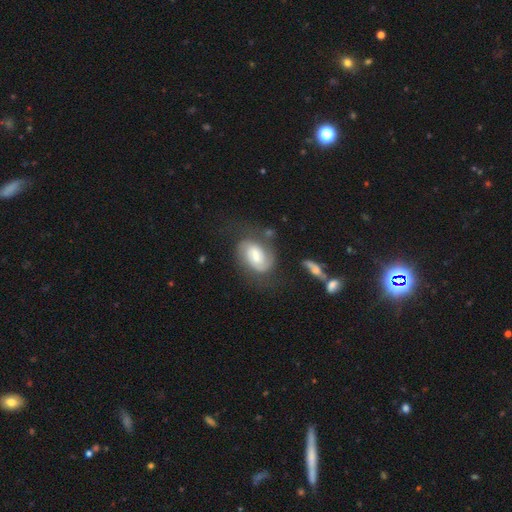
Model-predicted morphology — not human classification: A featured or disk galaxy (67%) with a weak bar (54%), 2 (75%) medium (43%) spiral arms (91%) and a moderate central bulge (41%).

Vote fractions:
- Smooth or featured? featured or disk: 67% / smooth: 26% / star or artifact: 7%
- Edge-on disk? no: 97% / yes: 3%
- Bar? weak: 54% / no: 29% / strong: 17%
- Spiral arms? yes: 91% / no: 9%
- Spiral winding? medium: 43% / tight: 40% / loose: 17%
- Spiral arm count? 2: 75% / can't tell: 14% / 1: 5% / 3: 3% / 4: 1% / more than 4: 1%
- Bulge size? moderate: 41% / small: 28% / large: 19% / none: 9% / dominant: 3%
- Merging? none: 59% / minor disturbance: 21% / major disturbance: 15% / merger: 5%